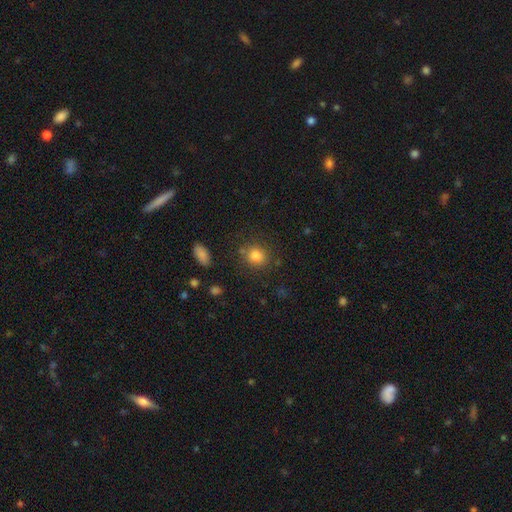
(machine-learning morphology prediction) Smooth or featured? Predicted: smooth (p=0.82). How rounded? Predicted: round (p=0.76). Merging? Predicted: none (p=0.79).